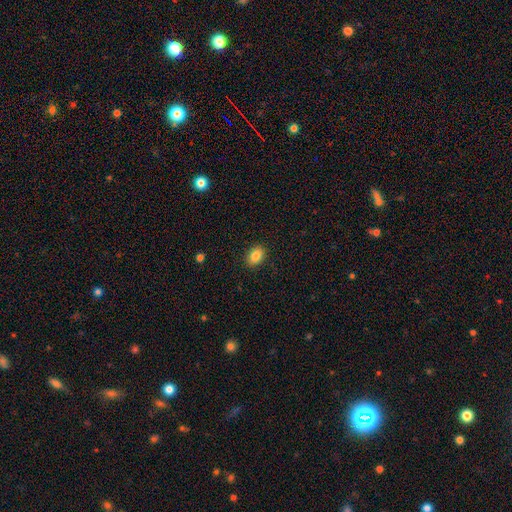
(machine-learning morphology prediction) smooth-or-featured: smooth: 85% | star or artifact: 9% | featured or disk: 6%
  how-rounded: in between: 79% | round: 20% | cigar-shaped: 1%
  merging: none: 89% | minor disturbance: 8% | major disturbance: 2% | merger: 1%